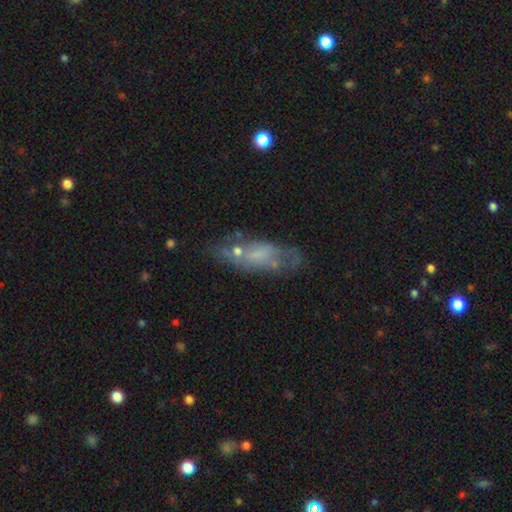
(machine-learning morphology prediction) This is possibly a featured or disk galaxy (47%). Merging: possibly none (55%).